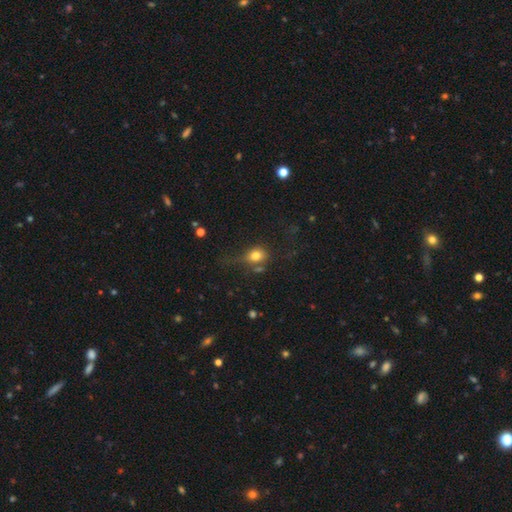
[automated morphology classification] Smooth or featured: smooth — 77% (star or artifact — 12%)
How rounded: round — 58% (in between — 40%)
Merging: none — 51% (minor disturbance — 23%)